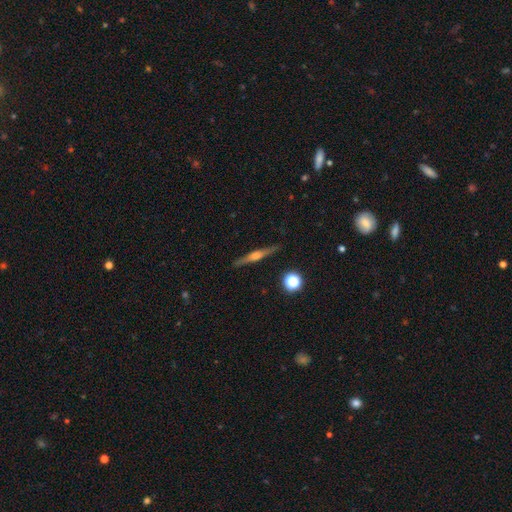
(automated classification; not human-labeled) Smooth or featured?
  - featured or disk: 70% *
  - smooth: 22%
  - star or artifact: 8%
Edge-on disk?
  - yes: 97% *
  - no: 3%
Edge-on bulge?
  - rounded: 73% *
  - boxy: 19%
  - none: 8%
Merging?
  - none: 88% *
  - minor disturbance: 8%
  - major disturbance: 2%
  - merger: 1%